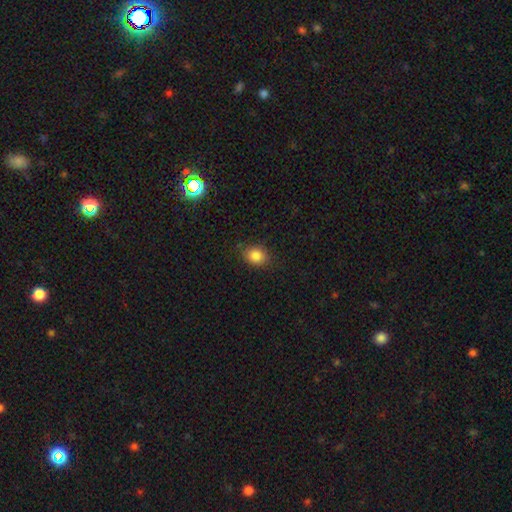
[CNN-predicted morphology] smooth 84%, star or artifact 10%, featured or disk 6%. Down the decision tree: how rounded — round (50%); merging — none (80%).